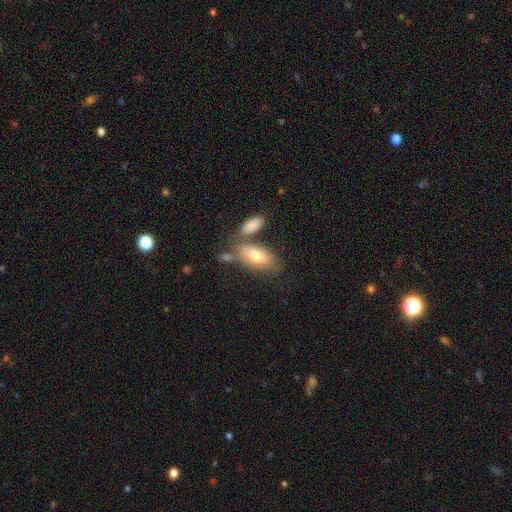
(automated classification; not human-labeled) This is likely a smooth galaxy (73%). How rounded: clearly in between (86%). Merging: possibly none (52%).